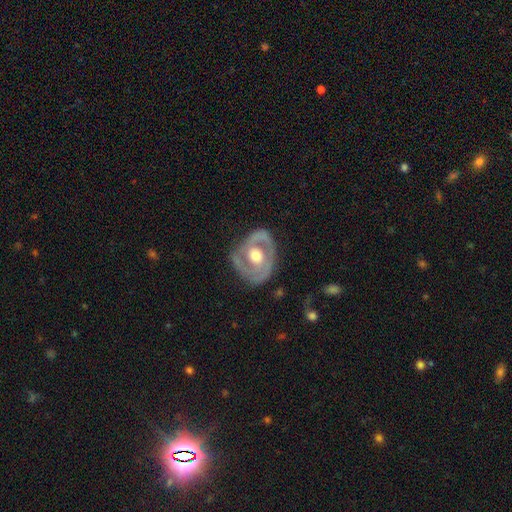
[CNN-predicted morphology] Smooth or featured? featured or disk (77%)
Edge-on disk? no (96%)
Bar? no (74%)
Spiral arms? yes (69%)
Spiral winding? tight (53%)
Spiral arm count? 2 (55%)
Bulge size? moderate (74%)
Merging? none (70%)